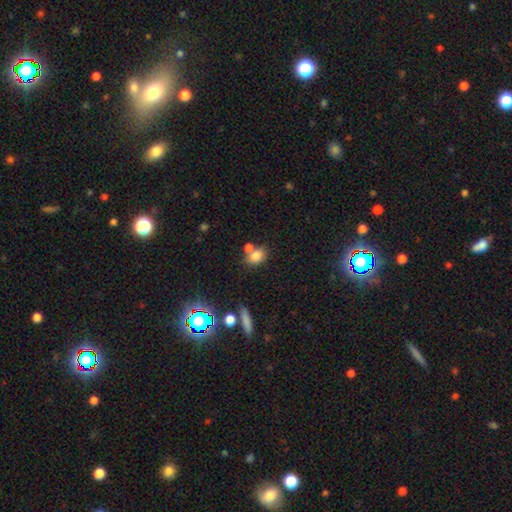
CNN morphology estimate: smooth 79%, star or artifact 12%, featured or disk 9%. Down the decision tree: how rounded — in between (69%); merging — none (53%).